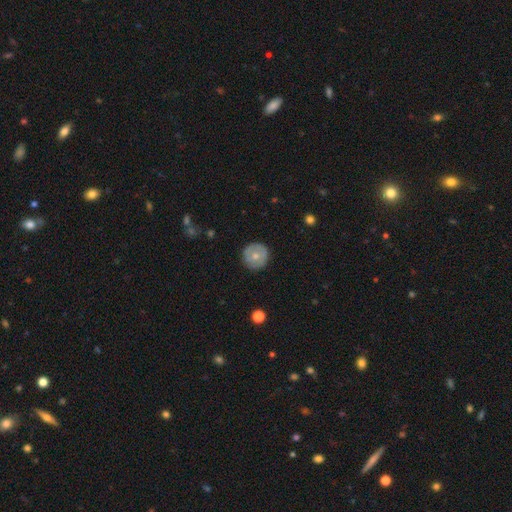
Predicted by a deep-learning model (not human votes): Q: Smooth or featured?
A: smooth (63%); runner-up: featured or disk (29%)
Q: How rounded?
A: round (95%); runner-up: in between (4%)
Q: Merging?
A: none (88%); runner-up: minor disturbance (9%)